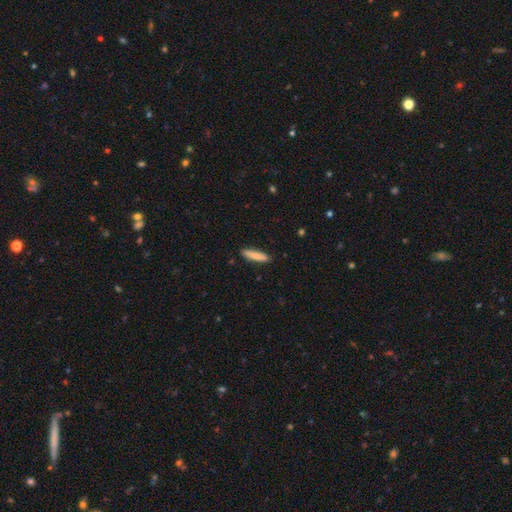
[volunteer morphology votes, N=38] Volunteers were most divided on "how rounded": cigar-shaped: 89%, in between: 11%, round: 0%. More confident: smooth or featured — smooth (92%); merging — none (89%).